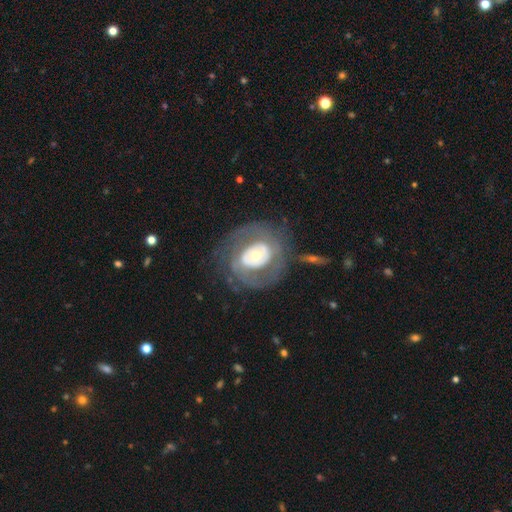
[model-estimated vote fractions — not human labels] The model was most divided on "spiral arms": yes: 54%, no: 46%. More confident: edge-on disk — no (96%); bar — no (74%); smooth or featured — featured or disk (72%); merging — none (62%); bulge size — moderate (53%).